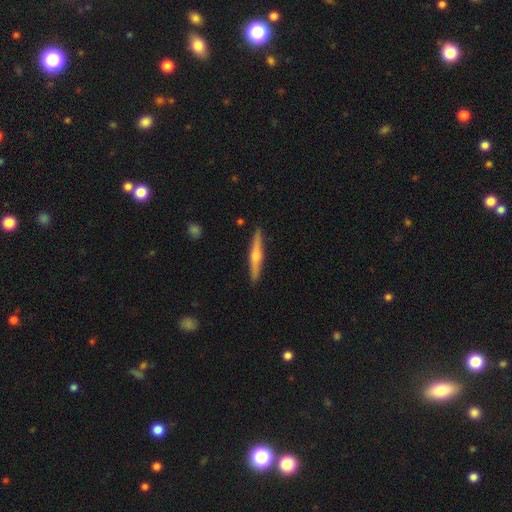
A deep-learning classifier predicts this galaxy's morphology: smooth-or-featured: featured or disk: 70% | smooth: 24% | star or artifact: 5%
  disk-edge-on: yes: 98% | no: 2%
    edge-on-bulge: rounded: 89% | none: 6% | boxy: 5%
  merging: none: 92% | minor disturbance: 6% | major disturbance: 1% | merger: 1%